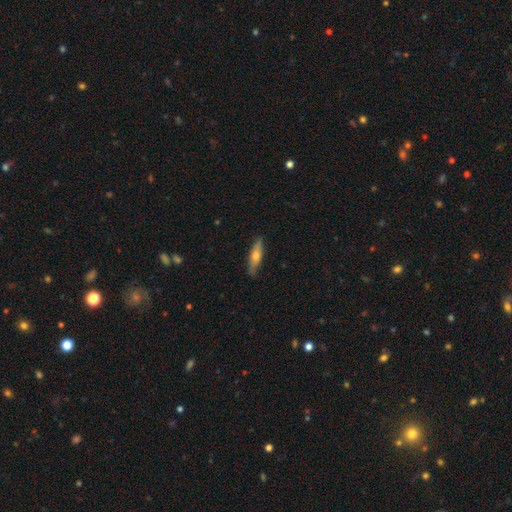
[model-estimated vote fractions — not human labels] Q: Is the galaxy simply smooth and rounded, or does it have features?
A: smooth — 52%.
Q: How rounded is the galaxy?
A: cigar-shaped — 68%.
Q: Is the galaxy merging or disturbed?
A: none — 83%.